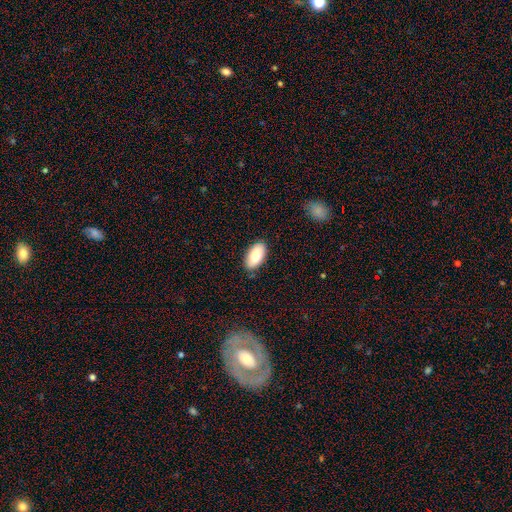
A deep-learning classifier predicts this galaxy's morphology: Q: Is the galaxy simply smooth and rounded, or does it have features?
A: smooth — 81%.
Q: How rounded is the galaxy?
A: in between — 95%.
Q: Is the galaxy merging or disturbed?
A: none — 85%.